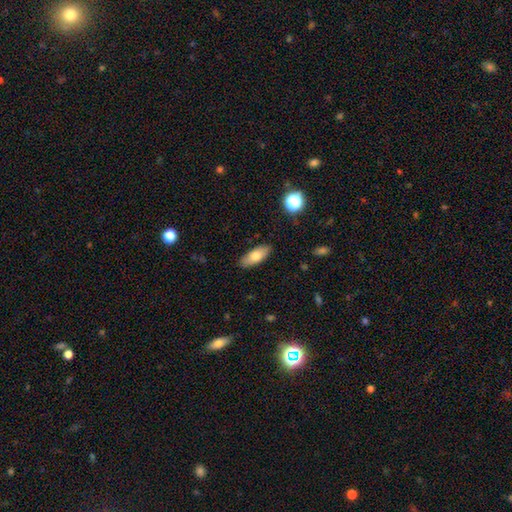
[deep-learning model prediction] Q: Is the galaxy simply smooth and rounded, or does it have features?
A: smooth — 75%.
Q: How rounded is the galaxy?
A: in between — 80%.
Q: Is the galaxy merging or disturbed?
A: none — 87%.